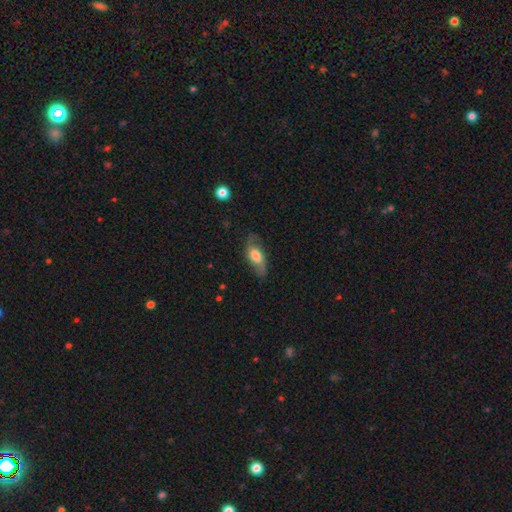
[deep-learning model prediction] featured or disk 50%, smooth 43%, star or artifact 7%. Down the decision tree: merging — none (69%).